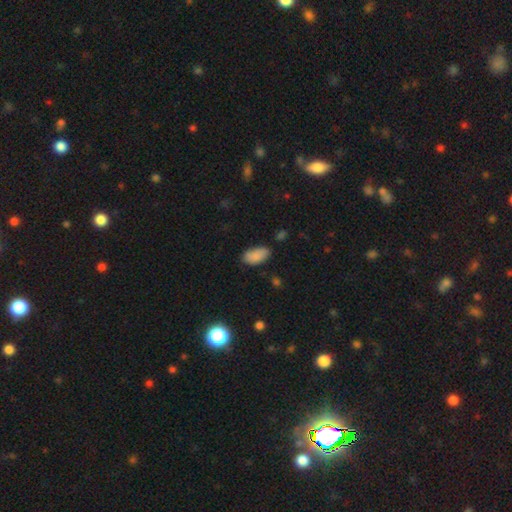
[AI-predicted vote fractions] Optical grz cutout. It shows a smooth galaxy with no disk features (87%) that is in between round and cigar-shaped (94%). Merging: none (74%).